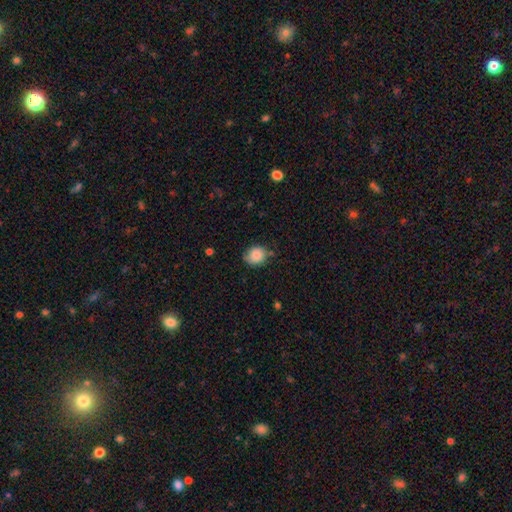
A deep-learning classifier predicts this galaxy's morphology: A smooth galaxy with no disk features (85%) that is round (71%). Merging: none (73%).